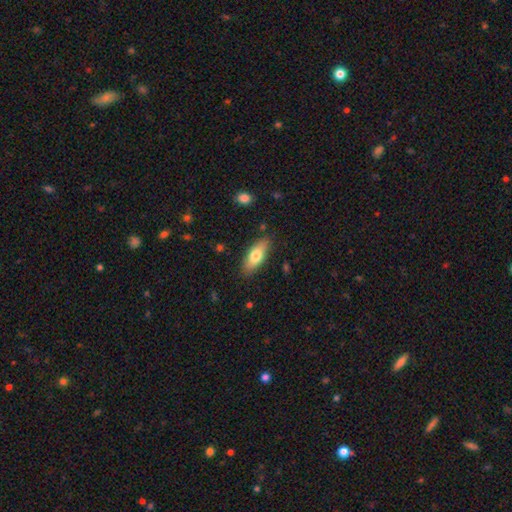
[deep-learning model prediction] smooth 72%, featured or disk 22%, star or artifact 6%. Down the decision tree: how rounded — in between (70%); merging — none (85%).